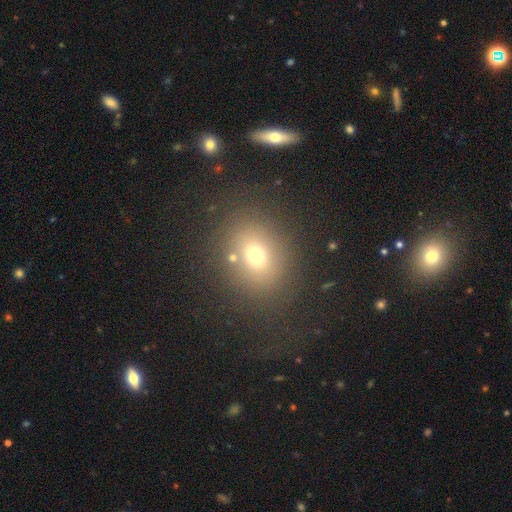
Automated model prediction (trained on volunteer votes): This is likely a smooth galaxy (69%). How rounded: possibly round (55%). Merging: likely none (78%).